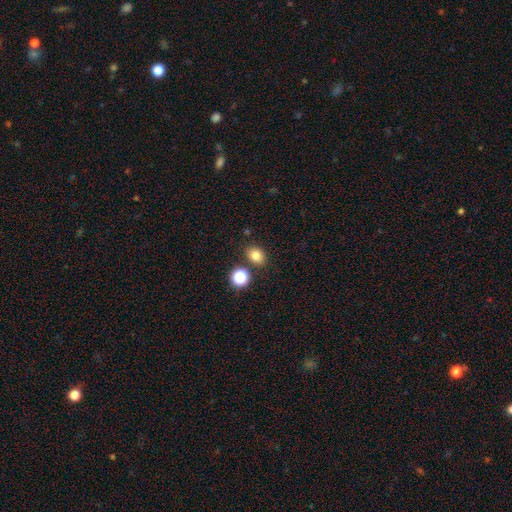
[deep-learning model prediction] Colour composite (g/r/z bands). It shows a smooth galaxy with no disk features (80%) that is in between round and cigar-shaped (52%). Merging: none (81%).